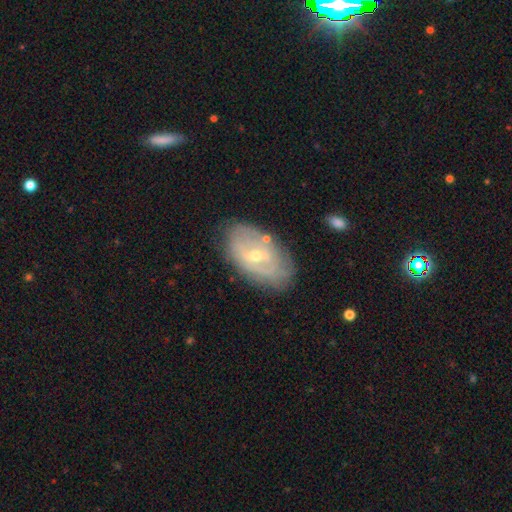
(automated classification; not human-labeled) This appears to be a featured or disk galaxy (71%) with a weak bar (48%), spiral arms (59%) and a small central bulge (49%). Merging: none (74%).